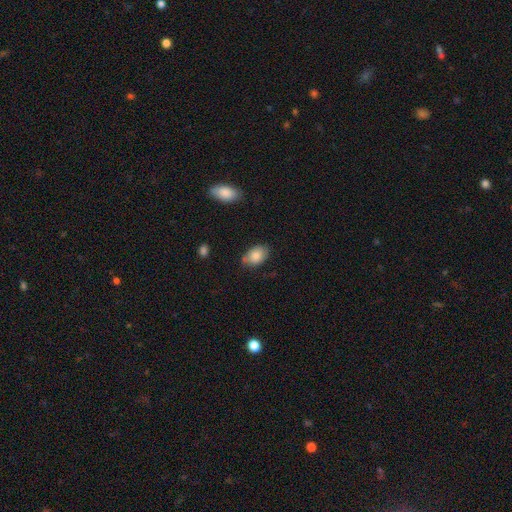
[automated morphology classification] This appears to be a smooth galaxy with no disk features (84%) that is in between round and cigar-shaped (86%). Merging: none (69%).